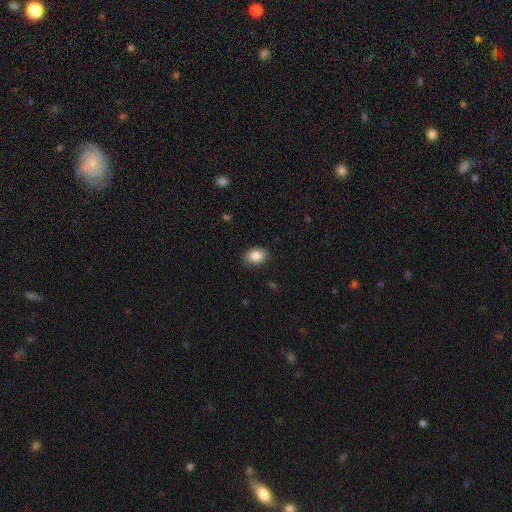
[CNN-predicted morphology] type=smooth (85%); roundness=in between (72%); merging=none (87%).